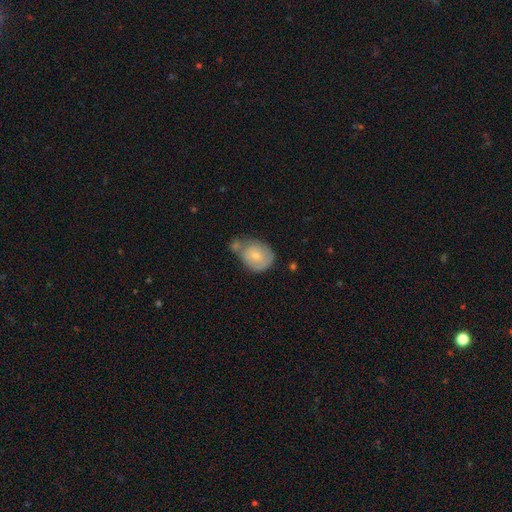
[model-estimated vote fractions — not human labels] This is likely a smooth galaxy (69%). How rounded: possibly round (54%). Merging: marginally none (36%).